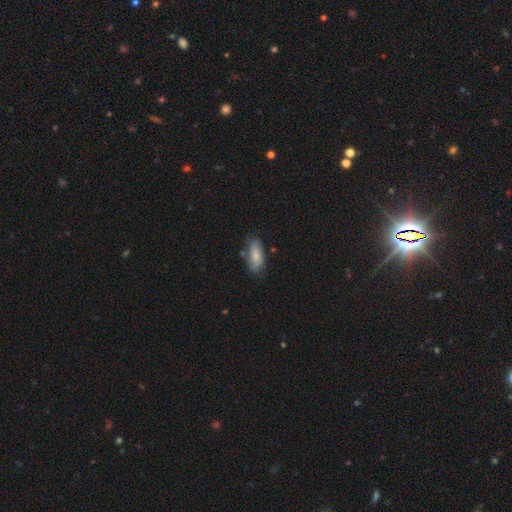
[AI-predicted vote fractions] A smooth galaxy with no disk features (82%) that is in between round and cigar-shaped (82%). Merging: none (69%).